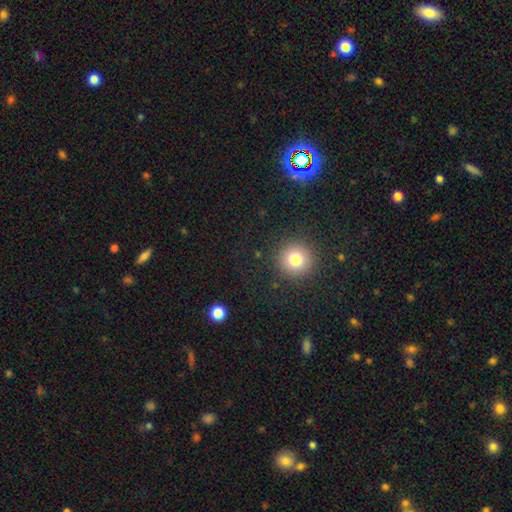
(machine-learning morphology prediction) smooth_or_featured: smooth (p=0.53) [alt: star or artifact p=0.40]
how_rounded: round (p=0.95) [alt: in between p=0.04]
merging: none (p=0.91) [alt: minor disturbance p=0.05]